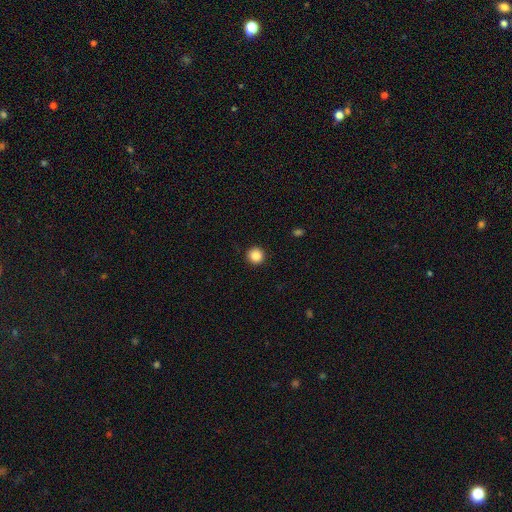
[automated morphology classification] Smooth or featured: smooth — 87% (star or artifact — 10%)
How rounded: round — 95% (in between — 4%)
Merging: none — 92% (minor disturbance — 5%)